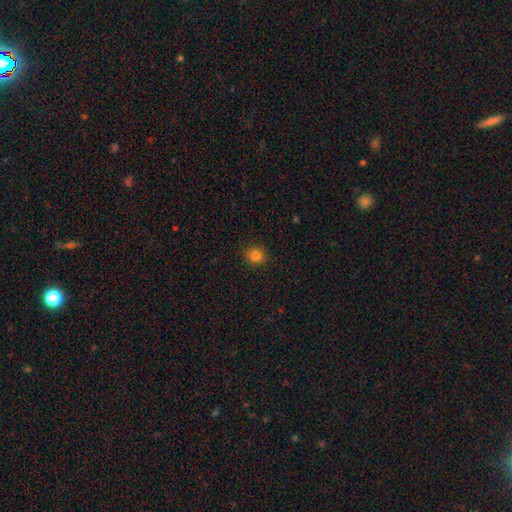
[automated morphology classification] The model was most divided on "smooth or featured": smooth: 82%, star or artifact: 12%, featured or disk: 5%. More confident: merging — none (91%); how rounded — round (85%).